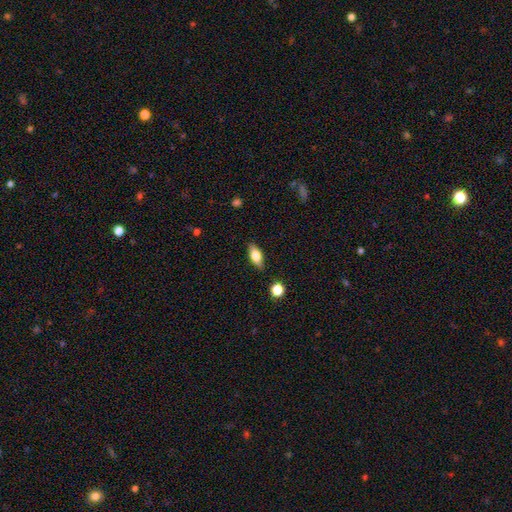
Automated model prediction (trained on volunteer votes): Smooth or featured? Predicted: smooth (p=0.70). How rounded? Predicted: in between (p=0.79). Merging? Predicted: none (p=0.86).